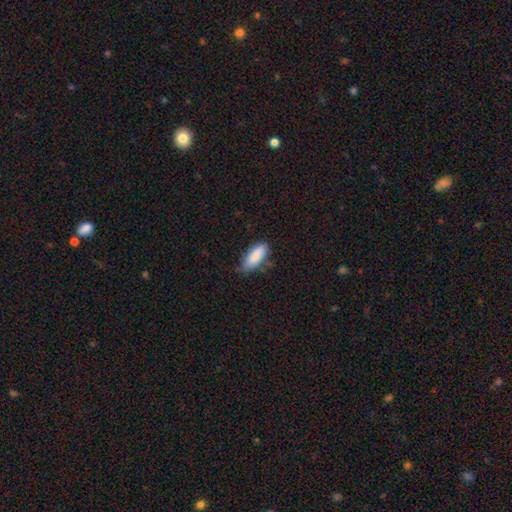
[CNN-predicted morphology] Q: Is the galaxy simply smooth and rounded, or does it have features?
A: smooth — 85%.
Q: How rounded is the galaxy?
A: in between — 79%.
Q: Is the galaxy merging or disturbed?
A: none — 57%.